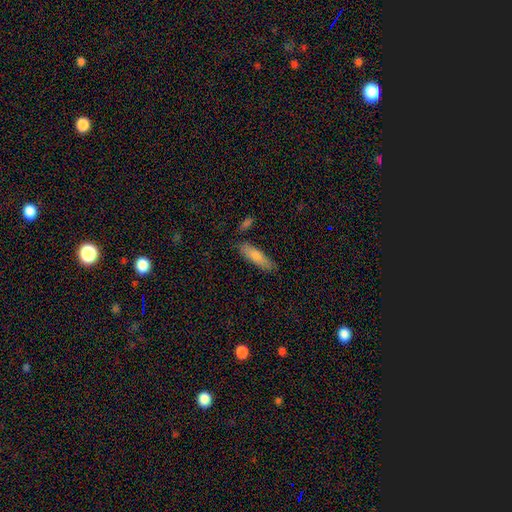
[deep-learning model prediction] smooth-or-featured: smooth: 78% | featured or disk: 16% | star or artifact: 6%
  how-rounded: cigar-shaped: 58% | in between: 41% | round: 2%
  merging: none: 77% | minor disturbance: 16% | merger: 4% | major disturbance: 3%